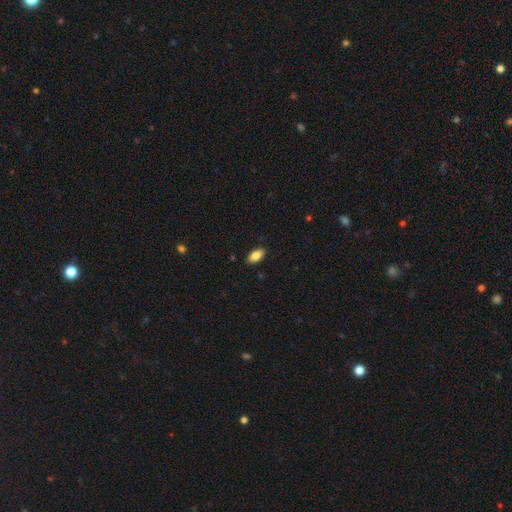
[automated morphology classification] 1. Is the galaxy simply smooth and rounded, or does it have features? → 84% smooth, 8% featured or disk, 7% star or artifact.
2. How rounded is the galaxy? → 92% in between, 5% cigar-shaped, 3% round.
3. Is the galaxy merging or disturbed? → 88% none, 9% minor disturbance, 2% major disturbance, 1% merger.